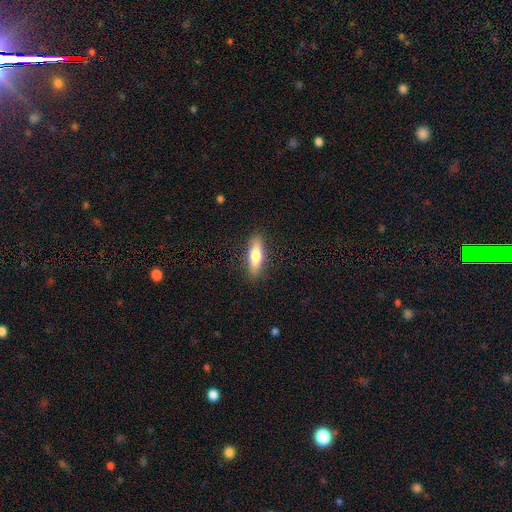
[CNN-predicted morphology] smooth_or_featured: smooth (p=0.63) [alt: featured or disk p=0.31]
how_rounded: cigar-shaped (p=0.58) [alt: in between p=0.40]
merging: none (p=0.88) [alt: minor disturbance p=0.09]